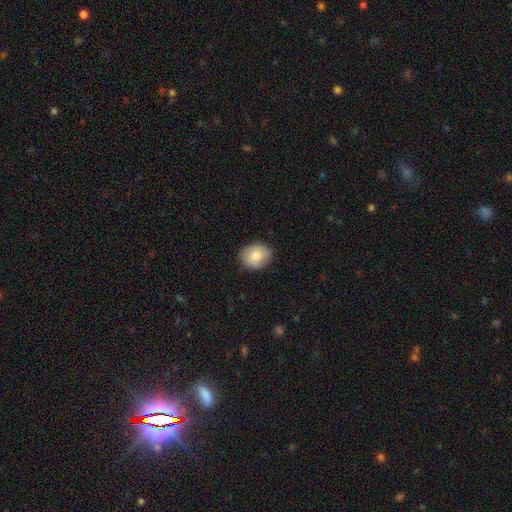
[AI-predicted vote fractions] smooth-or-featured: smooth: 81% | featured or disk: 12% | star or artifact: 7%
  how-rounded: round: 55% | in between: 44% | cigar-shaped: 1%
  merging: none: 82% | minor disturbance: 14% | major disturbance: 3% | merger: 1%